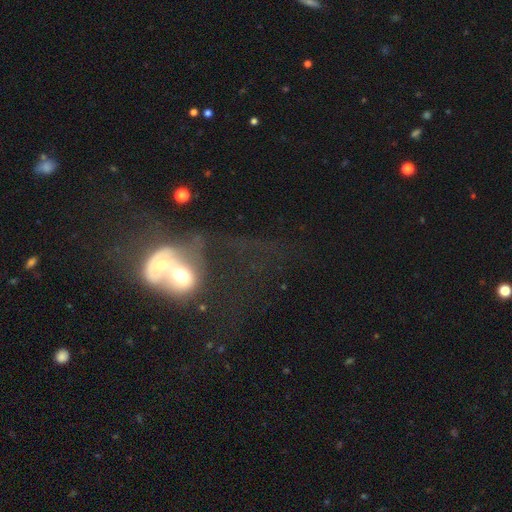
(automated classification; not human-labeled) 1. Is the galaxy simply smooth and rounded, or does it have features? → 44% featured or disk, 34% smooth, 22% star or artifact.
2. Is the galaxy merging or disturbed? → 78% merger, 10% major disturbance, 8% none, 4% minor disturbance.